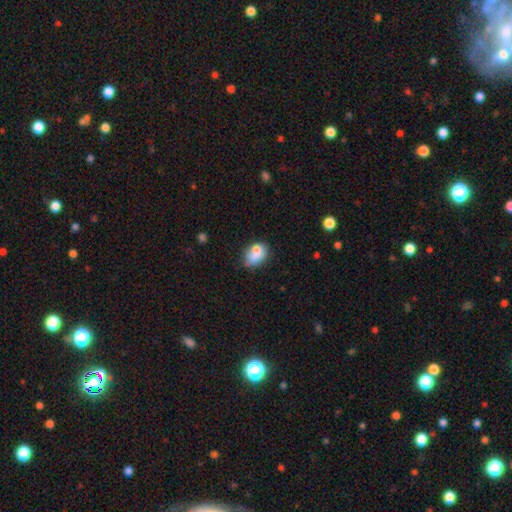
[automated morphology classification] Q: Smooth or featured?
A: smooth (77%); runner-up: featured or disk (14%)
Q: How rounded?
A: in between (76%); runner-up: round (23%)
Q: Merging?
A: none (47%); runner-up: minor disturbance (26%)